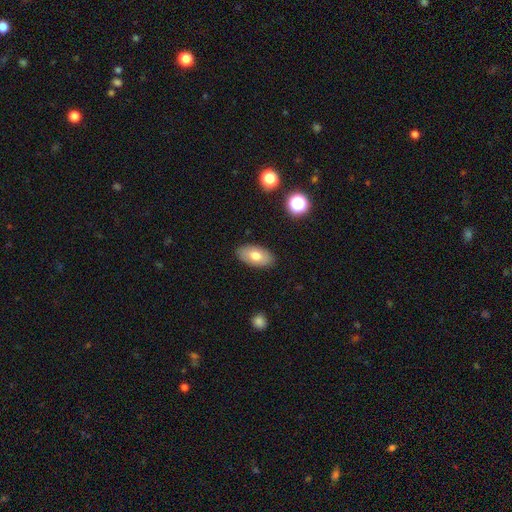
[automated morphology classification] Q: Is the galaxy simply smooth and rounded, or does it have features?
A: smooth — 73%.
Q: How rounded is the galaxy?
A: in between — 94%.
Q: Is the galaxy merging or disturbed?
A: none — 87%.